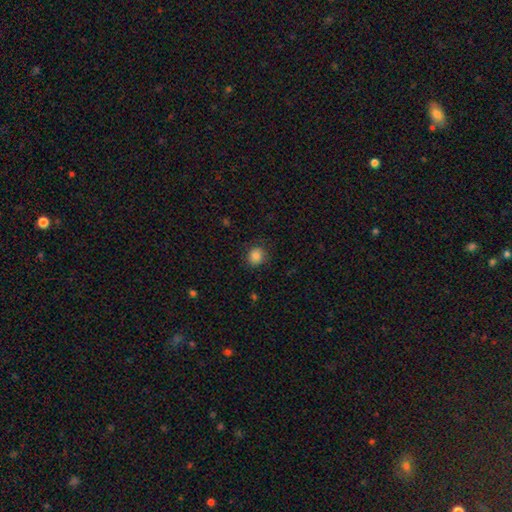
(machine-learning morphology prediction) smooth 85%, star or artifact 10%, featured or disk 4%. Down the decision tree: how rounded — round (79%); merging — none (85%).